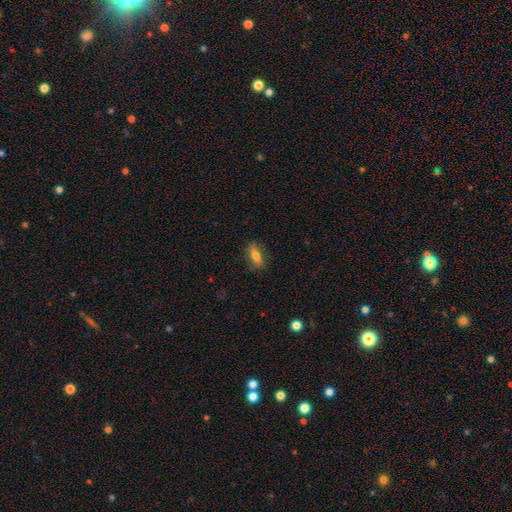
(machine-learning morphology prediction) Q: Smooth or featured?
A: smooth (59%); runner-up: featured or disk (33%)
Q: How rounded?
A: in between (64%); runner-up: cigar-shaped (30%)
Q: Merging?
A: none (79%); runner-up: minor disturbance (16%)